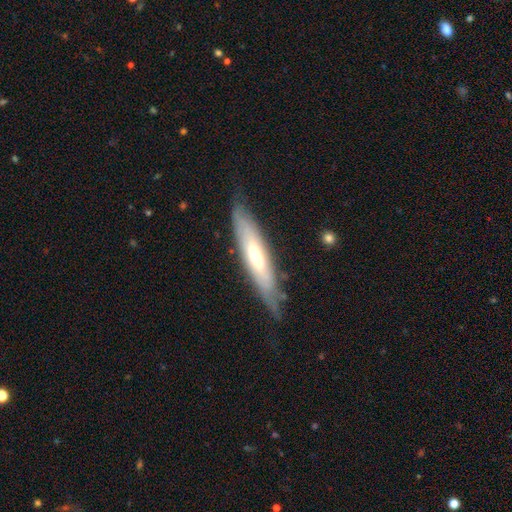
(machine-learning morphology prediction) smooth-or-featured: featured or disk: 58% | smooth: 36% | star or artifact: 6%
  disk-edge-on: yes: 63% | no: 37%
  merging: none: 74% | minor disturbance: 19% | major disturbance: 5% | merger: 1%